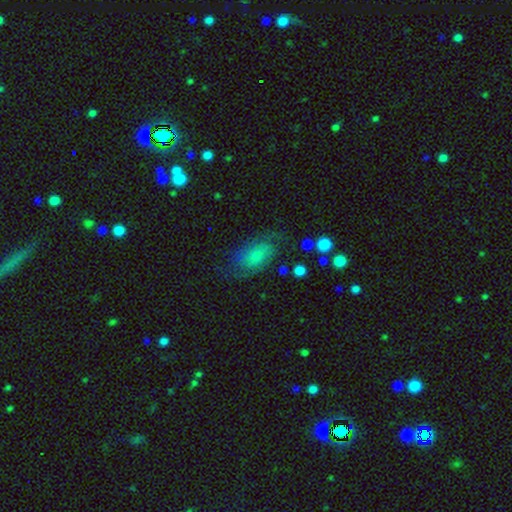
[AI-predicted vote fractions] This is possibly a smooth galaxy (50%). How rounded: clearly in between (88%). Merging: likely none (62%).